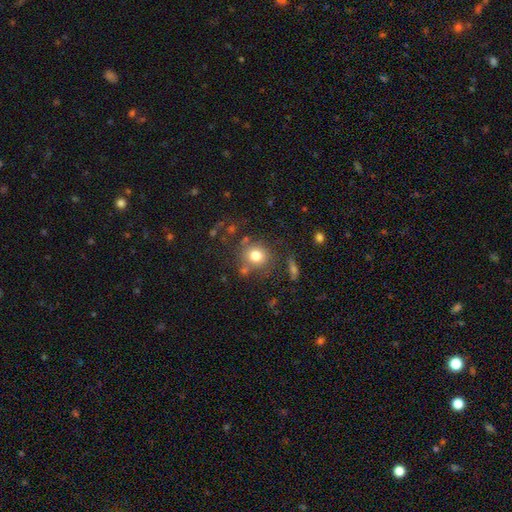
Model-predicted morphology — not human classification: Overall: smooth (78%). How rounded: round (86%). Merging: none (73%).